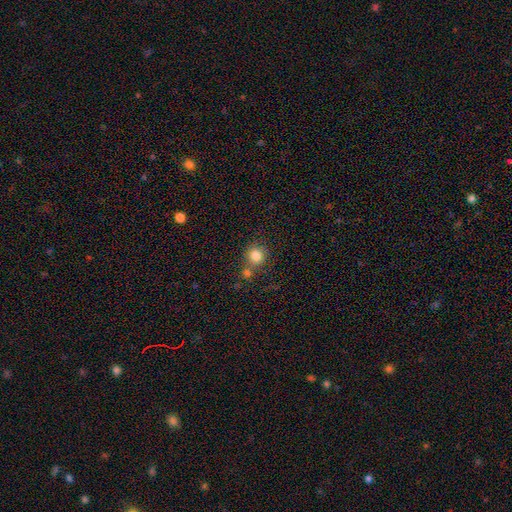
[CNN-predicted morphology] Smooth or featured?
  - smooth: 82% *
  - star or artifact: 11%
  - featured or disk: 7%
How rounded?
  - round: 89% *
  - in between: 10%
  - cigar-shaped: 1%
Merging?
  - none: 63% *
  - merger: 23%
  - minor disturbance: 10%
  - major disturbance: 4%